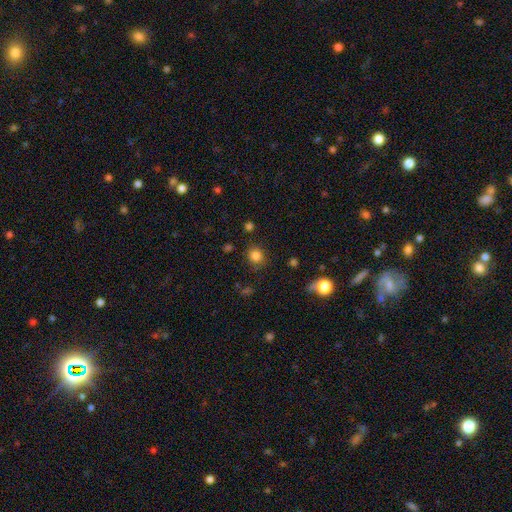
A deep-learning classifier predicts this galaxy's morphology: A smooth galaxy with no disk features (83%) that is round (86%). Merging: none (83%).